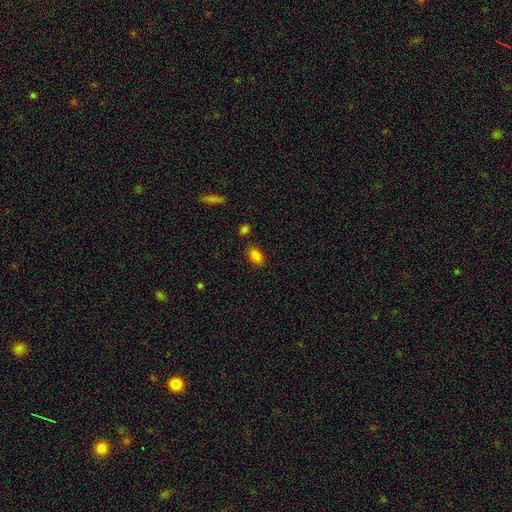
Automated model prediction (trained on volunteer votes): This appears to be a smooth galaxy with no disk features (85%) that is in between round and cigar-shaped (91%). Merging: none (78%).